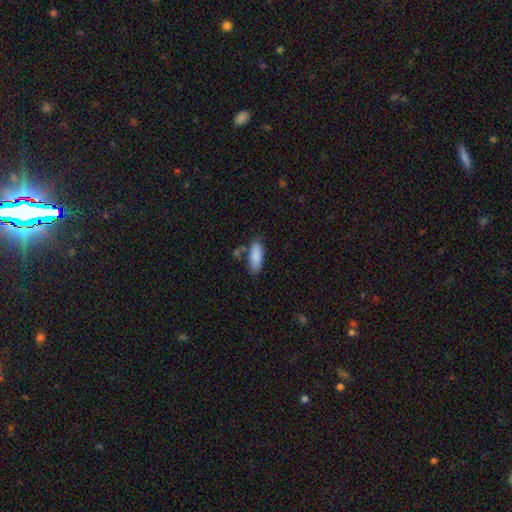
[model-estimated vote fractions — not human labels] The model was most divided on "how rounded": in between: 72%, cigar-shaped: 26%, round: 2%. More confident: smooth or featured — smooth (87%); merging — none (72%).